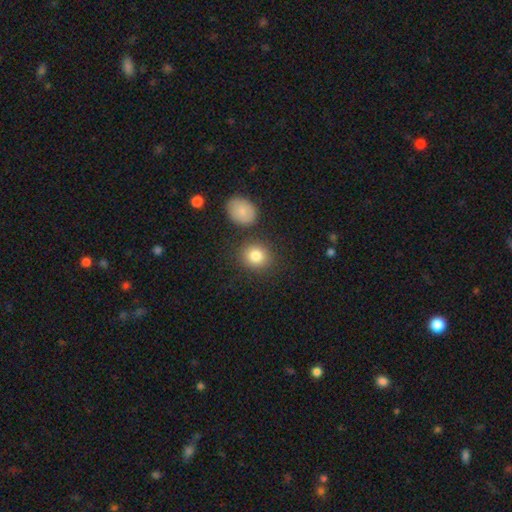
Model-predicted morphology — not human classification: A smooth galaxy with no disk features (84%) that is round (75%). Merging: none (80%).